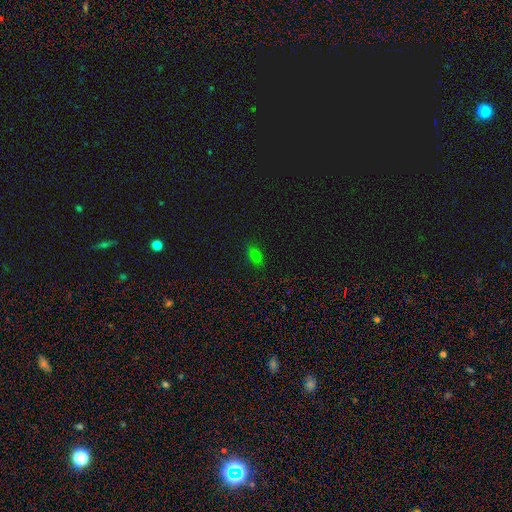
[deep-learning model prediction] A smooth galaxy with no disk features (73%) that is in between round and cigar-shaped (83%). Merging: none (80%).